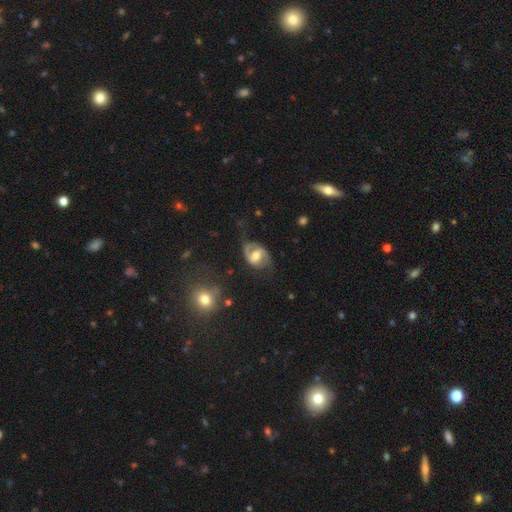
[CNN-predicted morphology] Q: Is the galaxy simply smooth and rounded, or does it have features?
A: featured or disk — 73%.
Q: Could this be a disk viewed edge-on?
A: no — 97%.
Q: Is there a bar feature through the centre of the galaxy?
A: weak — 48%.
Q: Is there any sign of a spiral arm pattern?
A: yes — 85%.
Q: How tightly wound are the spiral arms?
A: medium — 49%.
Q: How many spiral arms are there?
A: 2 — 84%.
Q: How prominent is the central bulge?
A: moderate — 61%.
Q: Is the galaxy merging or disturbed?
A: none — 61%.